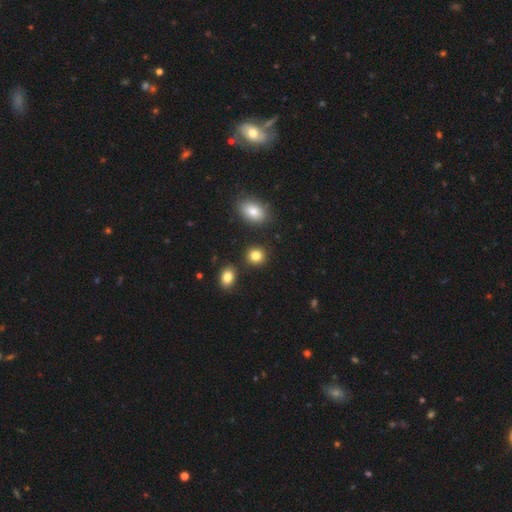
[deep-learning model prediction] smooth 85%, star or artifact 10%, featured or disk 5%. Down the decision tree: how rounded — round (78%); merging — none (87%).